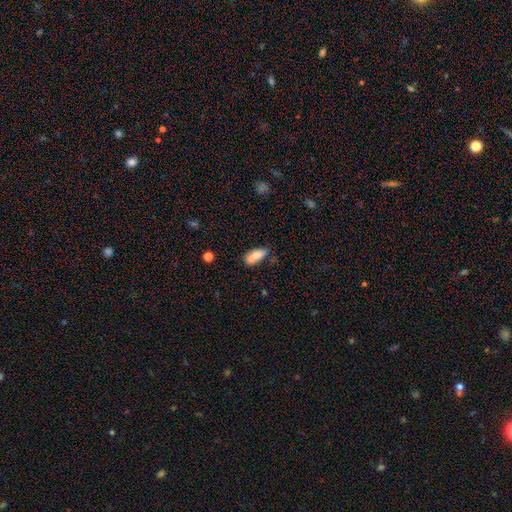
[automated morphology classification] smooth_or_featured: smooth (p=0.71) [alt: featured or disk p=0.20]
how_rounded: in between (p=0.82) [alt: cigar-shaped p=0.13]
merging: none (p=0.39) [alt: merger p=0.35]